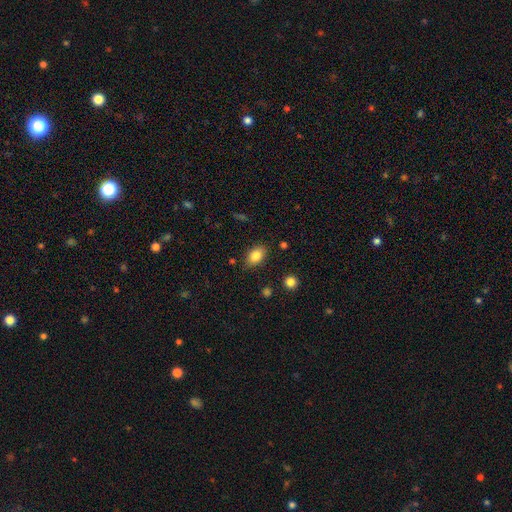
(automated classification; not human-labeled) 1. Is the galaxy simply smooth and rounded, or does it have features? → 83% smooth, 8% star or artifact, 8% featured or disk.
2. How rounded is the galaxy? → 85% in between, 13% round, 2% cigar-shaped.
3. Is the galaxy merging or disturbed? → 82% none, 13% minor disturbance, 3% major disturbance, 2% merger.